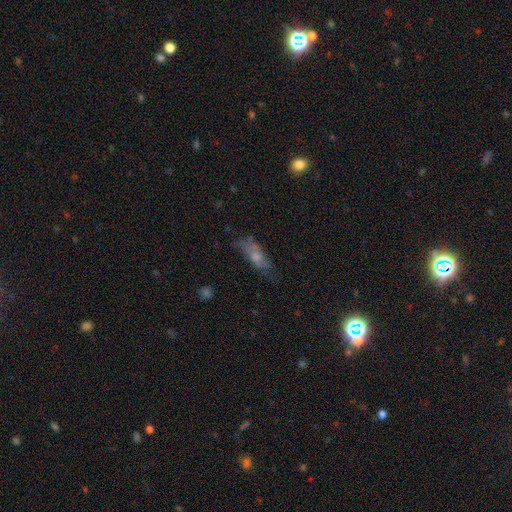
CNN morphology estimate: smooth-or-featured: smooth: 61% | featured or disk: 30% | star or artifact: 9%
  how-rounded: in between: 60% | cigar-shaped: 37% | round: 3%
  merging: none: 54% | minor disturbance: 29% | major disturbance: 13% | merger: 3%